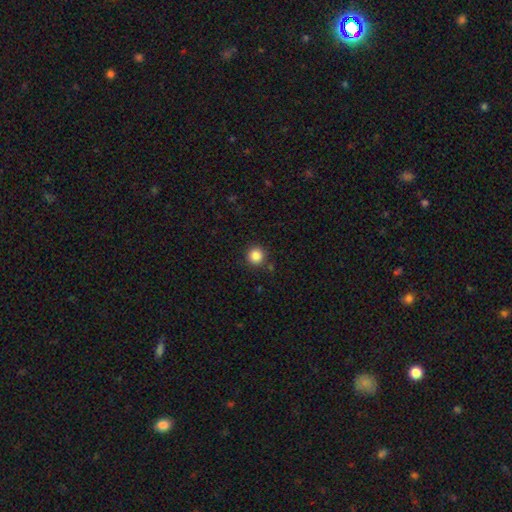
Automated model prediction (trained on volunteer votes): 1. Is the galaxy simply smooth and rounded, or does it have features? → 85% smooth, 11% star or artifact, 4% featured or disk.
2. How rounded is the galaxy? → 95% round, 4% in between, 1% cigar-shaped.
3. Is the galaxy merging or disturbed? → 89% none, 6% minor disturbance, 2% merger, 2% major disturbance.